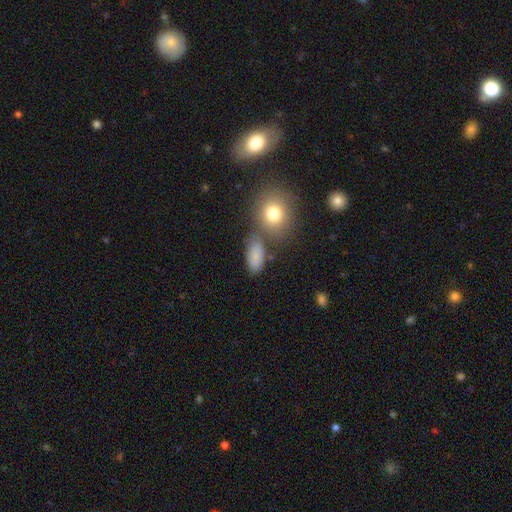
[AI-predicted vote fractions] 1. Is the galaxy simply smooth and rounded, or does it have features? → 79% smooth, 11% star or artifact, 10% featured or disk.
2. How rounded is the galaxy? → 83% in between, 12% round, 5% cigar-shaped.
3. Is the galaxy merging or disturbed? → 64% none, 16% minor disturbance, 15% merger, 6% major disturbance.